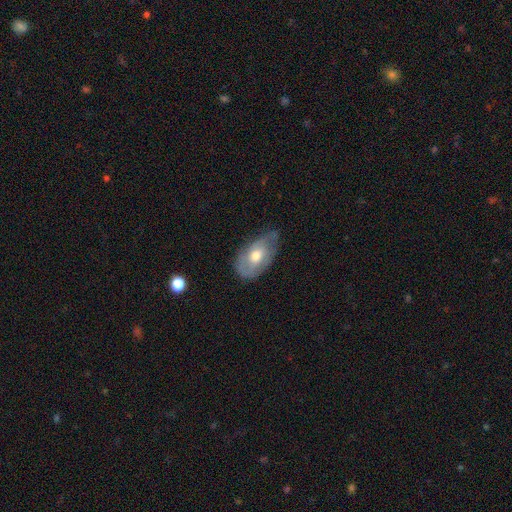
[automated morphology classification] smooth-or-featured: featured or disk: 50% | smooth: 44% | star or artifact: 6%
  disk-edge-on: no: 90% | yes: 10%
  merging: none: 52% | minor disturbance: 36% | major disturbance: 10% | merger: 2%